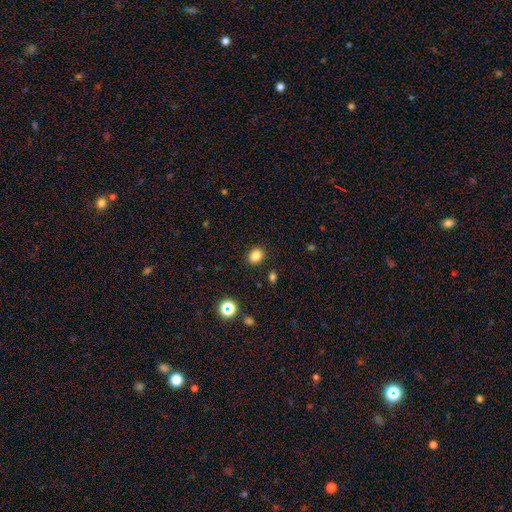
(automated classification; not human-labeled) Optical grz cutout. It shows a smooth galaxy with no disk features (83%) that is round (55%). Merging: none (89%).